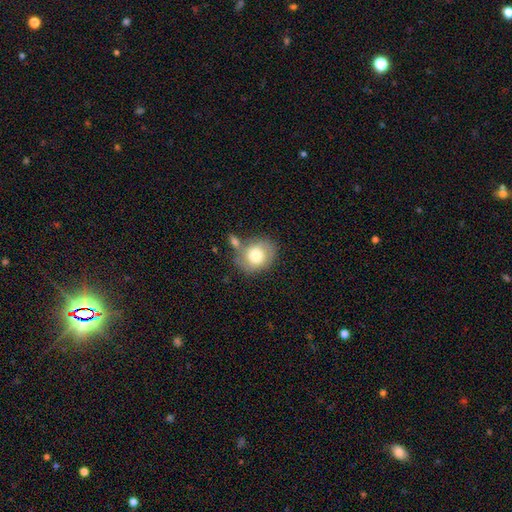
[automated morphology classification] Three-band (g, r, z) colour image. It shows a smooth galaxy with no disk features (63%) that is round (68%). Merging: none (51%).